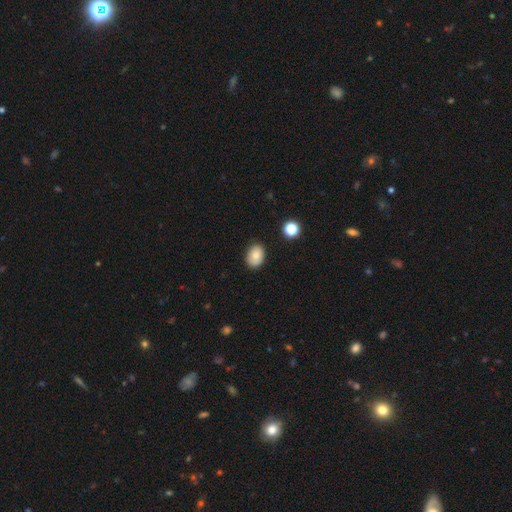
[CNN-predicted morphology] Smooth or featured: smooth — 82% (star or artifact — 9%)
How rounded: in between — 72% (round — 27%)
Merging: none — 85% (minor disturbance — 11%)